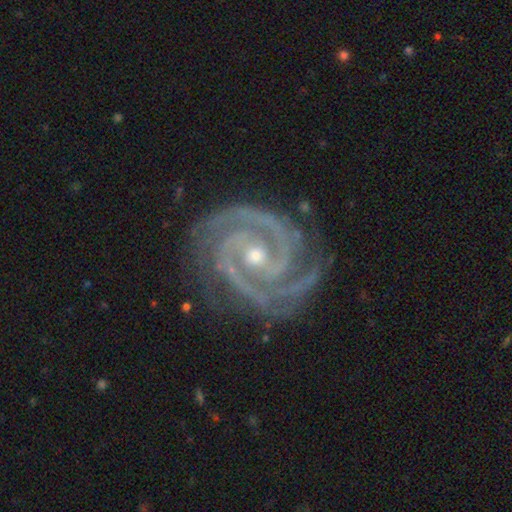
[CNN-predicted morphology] Smooth or featured?
  - featured or disk: 94% *
  - star or artifact: 4%
  - smooth: 2%
Edge-on disk?
  - no: 98% *
  - yes: 2%
Bar?
  - no: 58% *
  - weak: 27%
  - strong: 15%
Spiral arms?
  - yes: 99% *
  - no: 1%
Spiral winding?
  - tight: 77% *
  - medium: 21%
  - loose: 2%
Spiral arm count?
  - 2: 42% *
  - 3: 33%
  - 4: 9%
  - can't tell: 6%
  - more than 4: 5%
  - 1: 5%
Bulge size?
  - small: 50% *
  - moderate: 47%
  - large: 1%
  - none: 1%
  - dominant: 1%
Merging?
  - none: 77% *
  - minor disturbance: 16%
  - major disturbance: 5%
  - merger: 2%